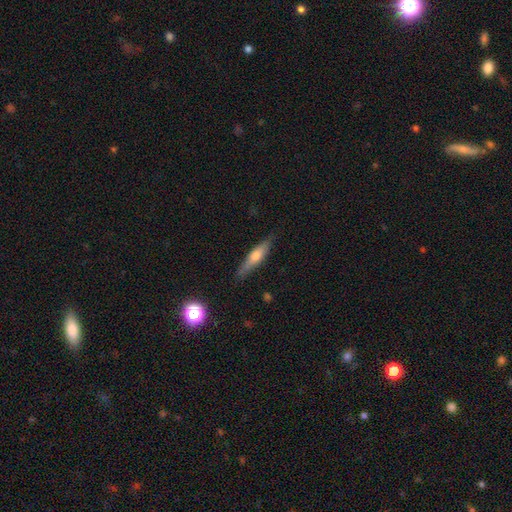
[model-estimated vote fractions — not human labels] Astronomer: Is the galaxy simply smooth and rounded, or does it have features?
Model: smooth — 50% (runner-up: featured or disk, 43%).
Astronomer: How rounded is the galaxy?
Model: cigar-shaped — 80%.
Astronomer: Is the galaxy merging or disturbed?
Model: none — 83%.